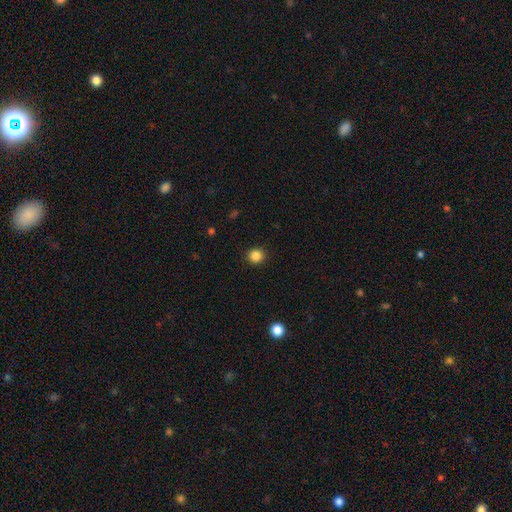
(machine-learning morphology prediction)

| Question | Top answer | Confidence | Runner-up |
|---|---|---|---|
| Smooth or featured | smooth | 86% | star or artifact (11%) |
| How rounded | round | 92% | in between (7%) |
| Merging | none | 92% | minor disturbance (6%) |